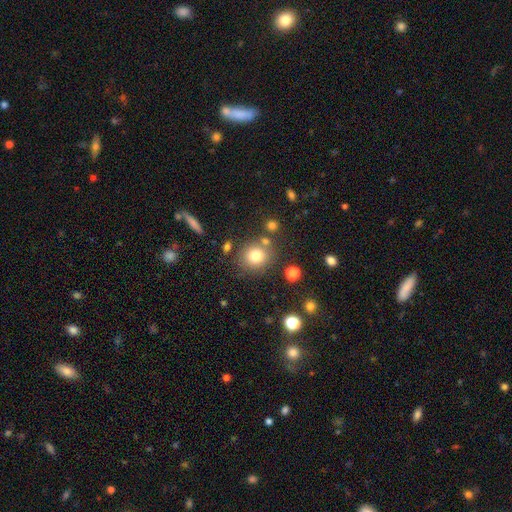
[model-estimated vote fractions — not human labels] Smooth or featured? Predicted: smooth (p=0.78). How rounded? Predicted: round (p=0.83). Merging? Predicted: none (p=0.75).